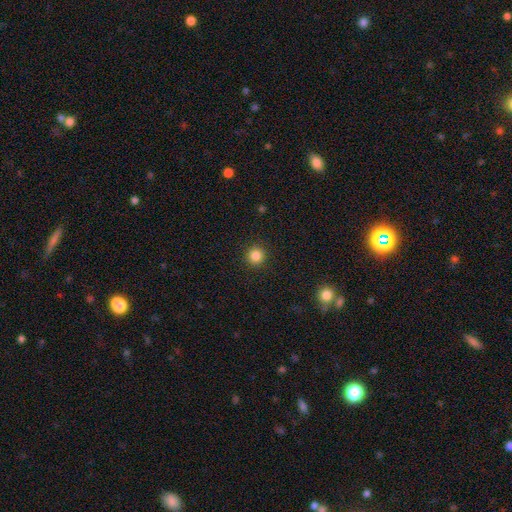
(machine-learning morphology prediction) The model was most divided on "smooth or featured": smooth: 84%, star or artifact: 12%, featured or disk: 4%. More confident: how rounded — round (94%); merging — none (92%).